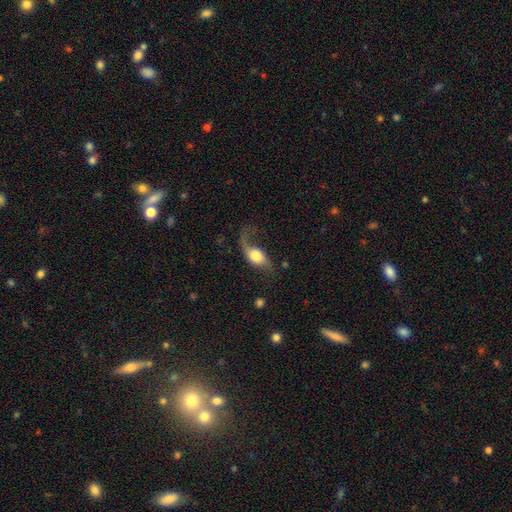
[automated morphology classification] Smooth or featured? Predicted: featured or disk (p=0.60). Edge-on disk? Predicted: no (p=0.88). Bar? Predicted: no (p=0.68). Spiral arms? Predicted: yes (p=0.86). Bulge size? Predicted: large (p=0.44). Merging? Predicted: none (p=0.40).